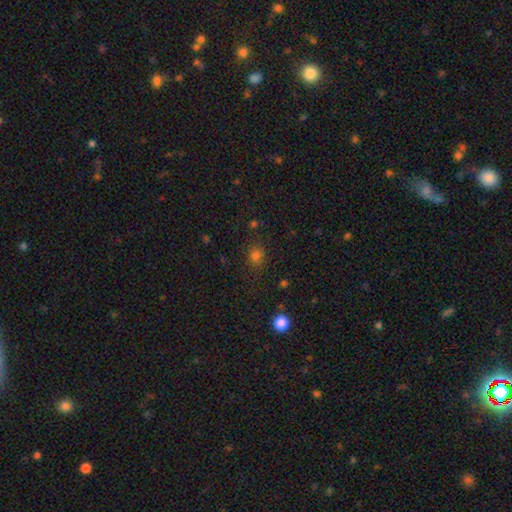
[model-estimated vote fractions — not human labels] Overall: smooth (73%). How rounded: round (64%; in between 34%). Merging: none (78%).